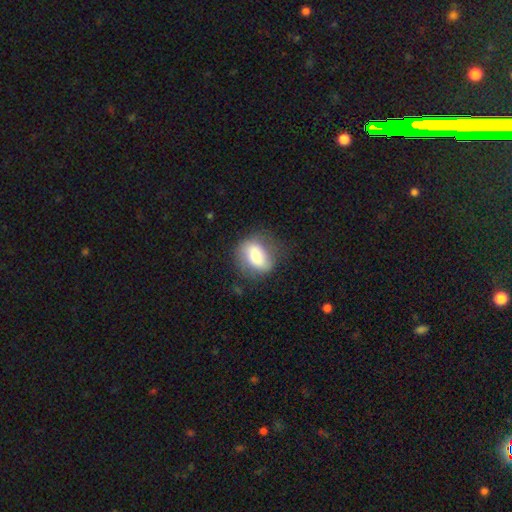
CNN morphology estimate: Smooth or featured? Predicted: smooth (p=0.69). How rounded? Predicted: in between (p=0.68). Merging? Predicted: none (p=0.64).